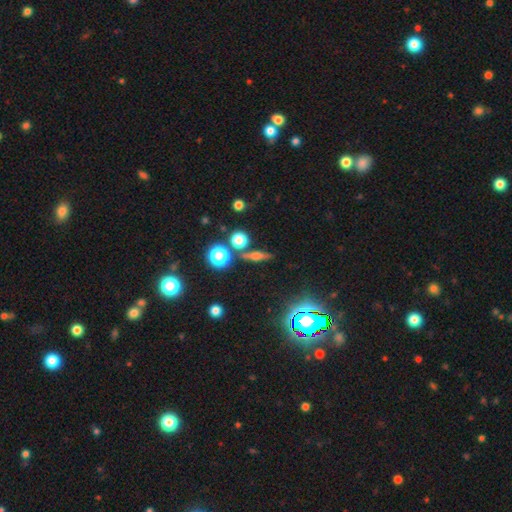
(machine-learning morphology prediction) The model was most divided on "smooth or featured": featured or disk: 45%, smooth: 34%, star or artifact: 20%. More confident: merging — none (80%).